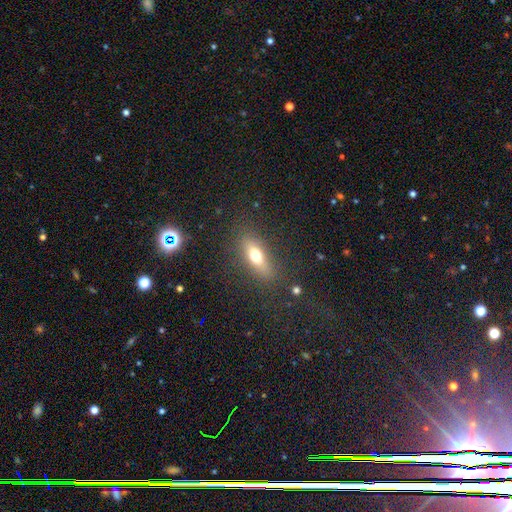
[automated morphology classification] Overall: smooth (63%; featured or disk 27%). How rounded: in between (61%; cigar-shaped 33%). Merging: none (84%).